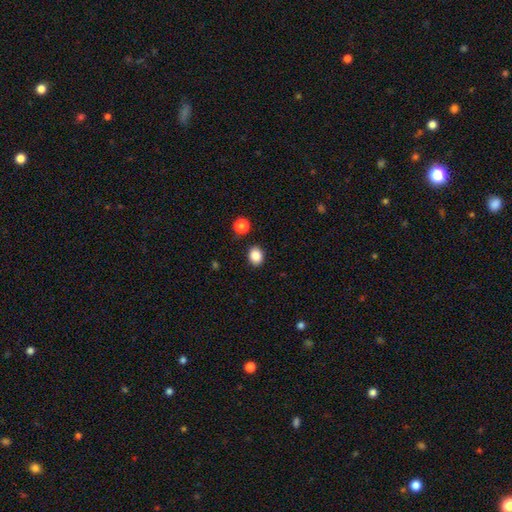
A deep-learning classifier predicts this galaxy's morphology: Smooth or featured? Predicted: smooth (p=0.86). How rounded? Predicted: round (p=0.55). Merging? Predicted: none (p=0.89).